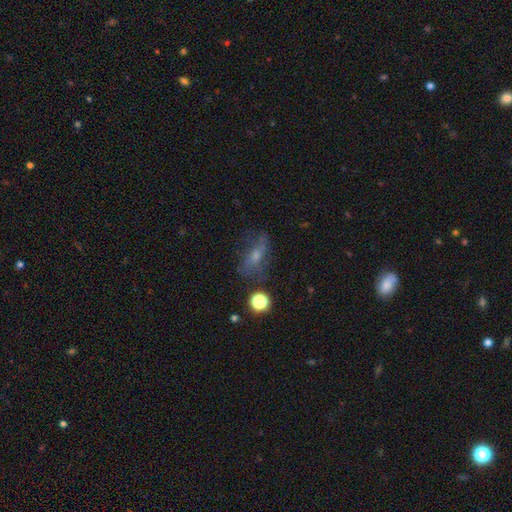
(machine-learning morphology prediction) Q: Smooth or featured?
A: featured or disk (43%); runner-up: smooth (36%)
Q: Merging?
A: none (57%); runner-up: minor disturbance (23%)